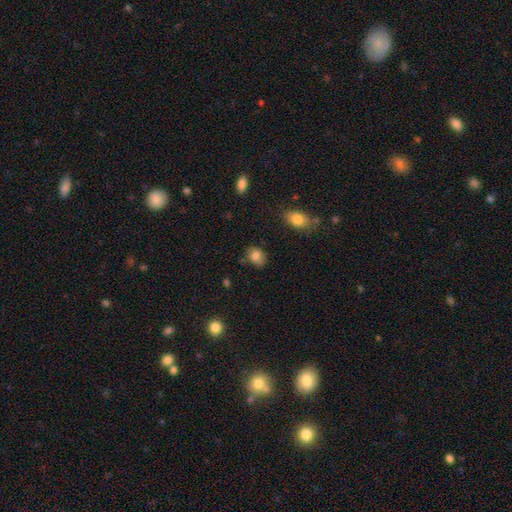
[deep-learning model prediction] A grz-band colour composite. It shows a smooth galaxy with no disk features (80%) that is in between round and cigar-shaped (60%). Merging: none (70%).